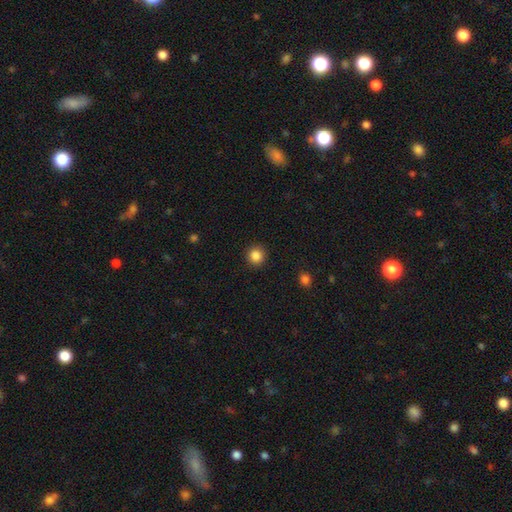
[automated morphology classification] type=smooth (86%); roundness=round (93%); merging=none (91%).